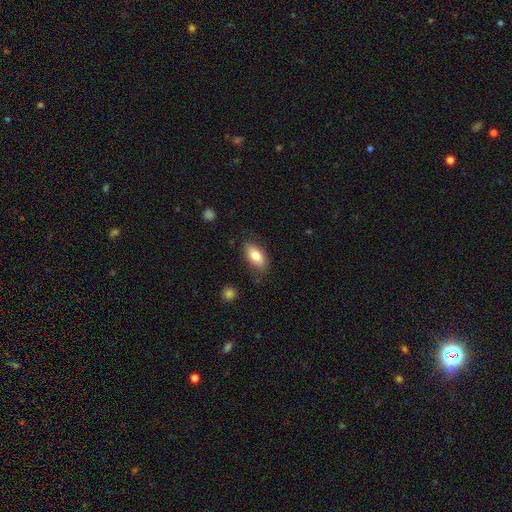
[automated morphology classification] Q: Smooth or featured?
A: smooth (77%); runner-up: featured or disk (16%)
Q: How rounded?
A: in between (88%); runner-up: cigar-shaped (8%)
Q: Merging?
A: none (79%); runner-up: minor disturbance (16%)